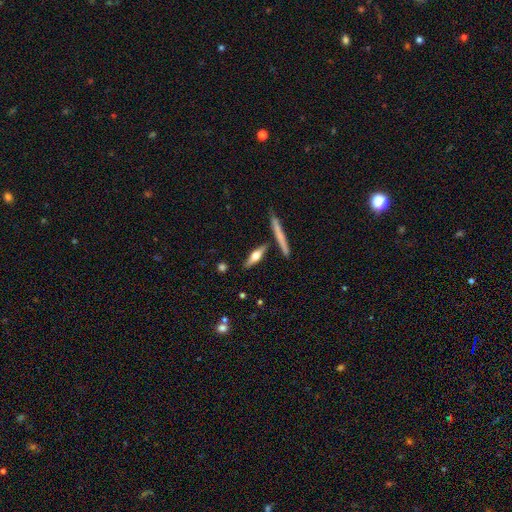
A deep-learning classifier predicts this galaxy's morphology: A featured or disk galaxy (51%) viewed edge-on (93%).

Vote fractions:
- Smooth or featured? featured or disk: 51% / smooth: 43% / star or artifact: 6%
- Edge-on disk? yes: 93% / no: 7%
- Merging? none: 78% / minor disturbance: 11% / merger: 8% / major disturbance: 3%